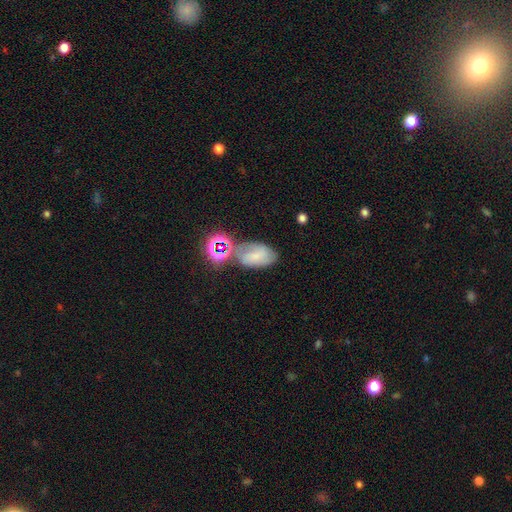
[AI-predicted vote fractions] Q: Smooth or featured?
A: smooth (46%); runner-up: featured or disk (32%)
Q: Merging?
A: none (49%); runner-up: minor disturbance (22%)